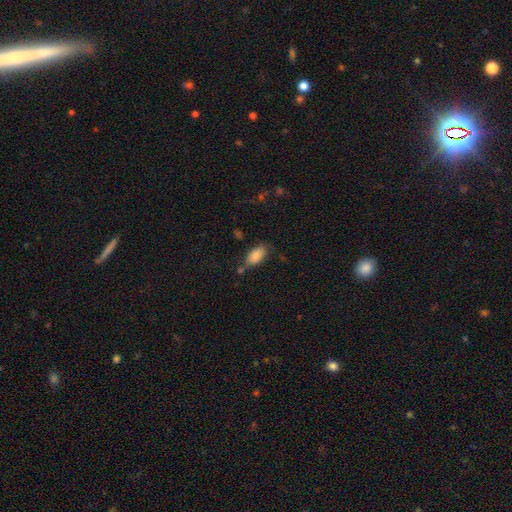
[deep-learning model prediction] Overall: smooth (84%). How rounded: in between (92%). Merging: none (66%).